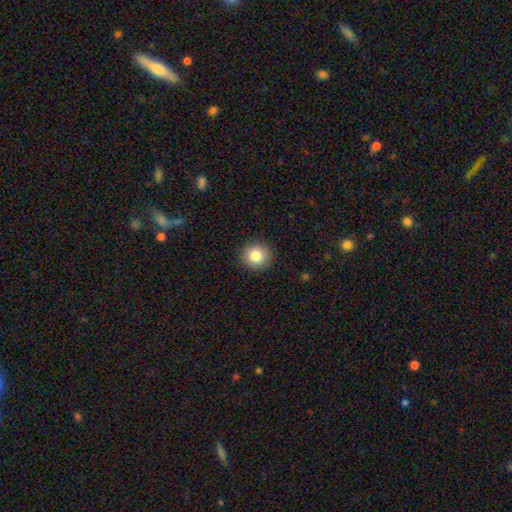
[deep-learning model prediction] The model was most divided on "smooth or featured": smooth: 84%, star or artifact: 9%, featured or disk: 7%. More confident: merging — none (91%); how rounded — round (91%).